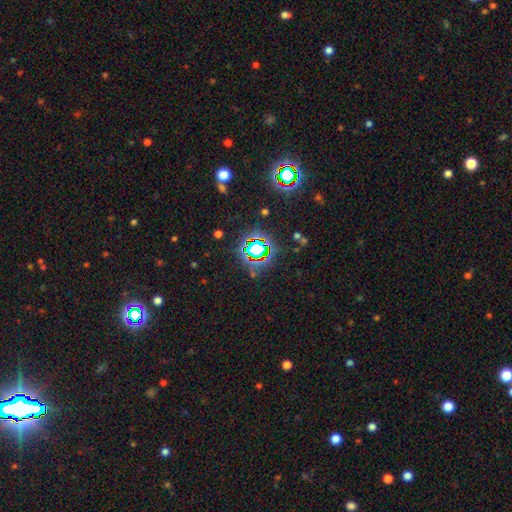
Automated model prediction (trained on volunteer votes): A star or artifact, not a galaxy (70%).

Vote fractions:
- Smooth or featured? star or artifact: 70% / smooth: 19% / featured or disk: 11%